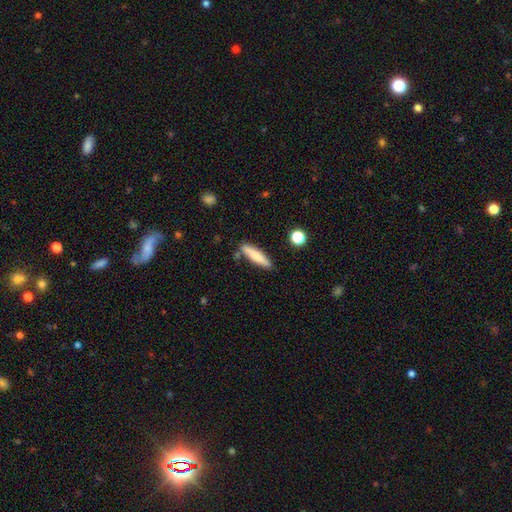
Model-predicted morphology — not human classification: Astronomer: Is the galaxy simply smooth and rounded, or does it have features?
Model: smooth — 74%.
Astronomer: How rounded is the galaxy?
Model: cigar-shaped — 84%.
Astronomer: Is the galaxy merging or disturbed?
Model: none — 81%.